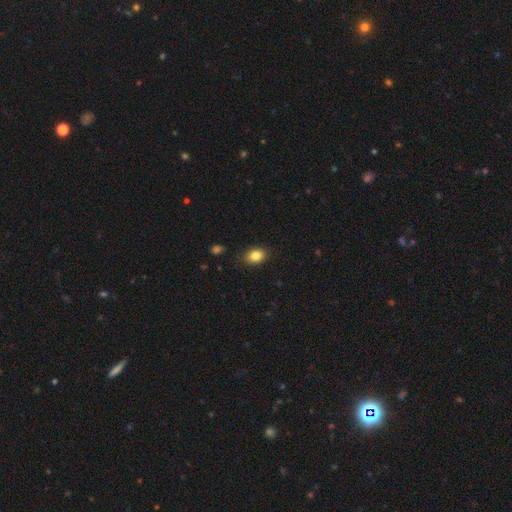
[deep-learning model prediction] smooth-or-featured: smooth: 84% | star or artifact: 9% | featured or disk: 6%
  how-rounded: in between: 69% | round: 30% | cigar-shaped: 1%
  merging: none: 85% | minor disturbance: 11% | major disturbance: 2% | merger: 1%